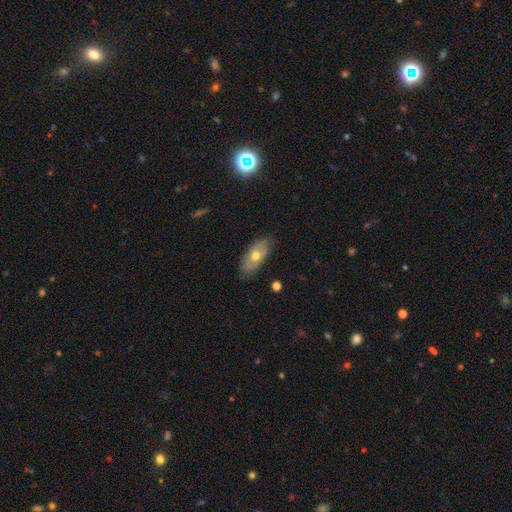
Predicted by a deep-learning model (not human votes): Overall: smooth (52%; featured or disk 42%). How rounded: in between (85%). Merging: none (80%).